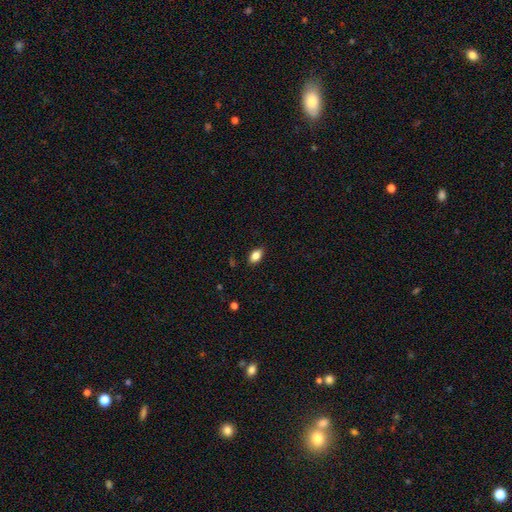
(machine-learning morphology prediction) This is clearly a smooth galaxy (84%). How rounded: clearly in between (89%). Merging: clearly none (87%).